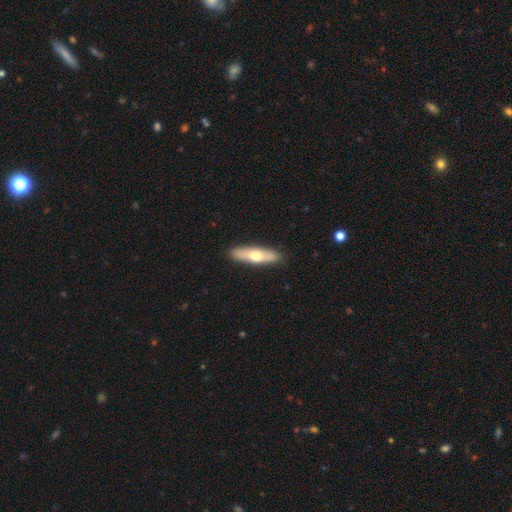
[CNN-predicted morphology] Q: Smooth or featured?
A: smooth (59%); runner-up: featured or disk (36%)
Q: How rounded?
A: cigar-shaped (63%); runner-up: in between (34%)
Q: Merging?
A: none (88%); runner-up: minor disturbance (9%)